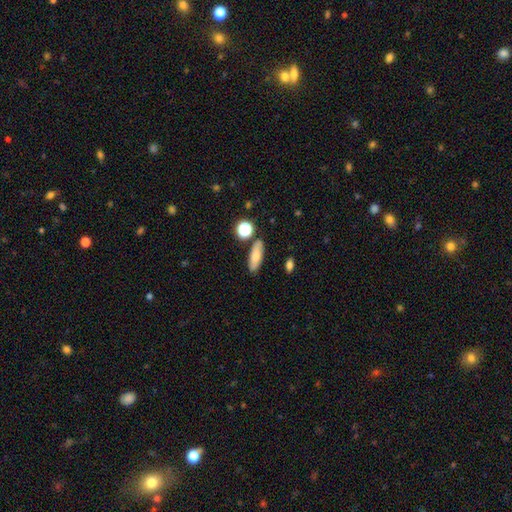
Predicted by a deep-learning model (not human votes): Q: Smooth or featured?
A: smooth (72%); runner-up: featured or disk (19%)
Q: How rounded?
A: in between (65%); runner-up: cigar-shaped (29%)
Q: Merging?
A: none (81%); runner-up: minor disturbance (11%)